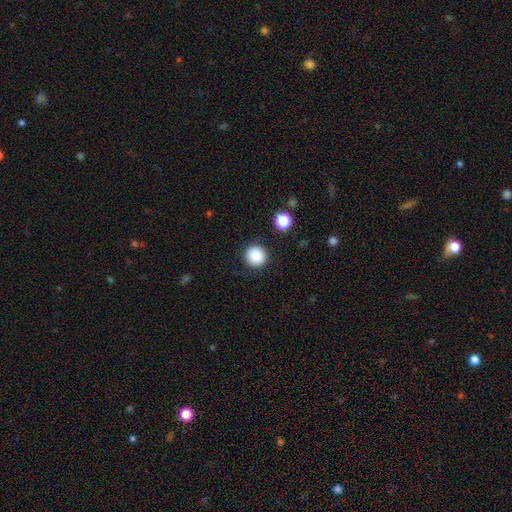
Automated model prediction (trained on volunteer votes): smooth_or_featured: smooth (p=0.87) [alt: star or artifact p=0.10]
how_rounded: round (p=0.94) [alt: in between p=0.05]
merging: none (p=0.89) [alt: minor disturbance p=0.07]